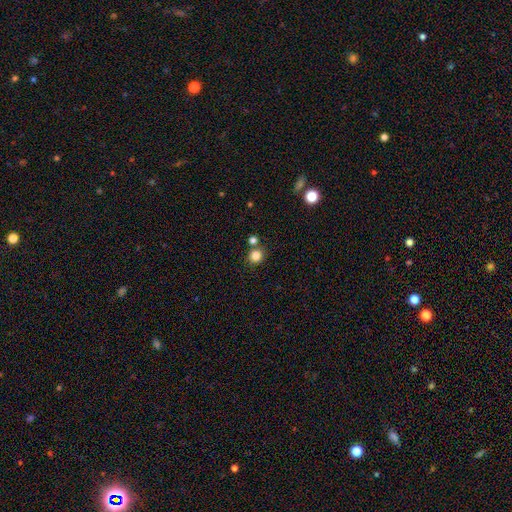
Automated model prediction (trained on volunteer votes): smooth_or_featured: smooth (p=0.83) [alt: star or artifact p=0.13]
how_rounded: round (p=0.88) [alt: in between p=0.11]
merging: none (p=0.74) [alt: merger p=0.14]